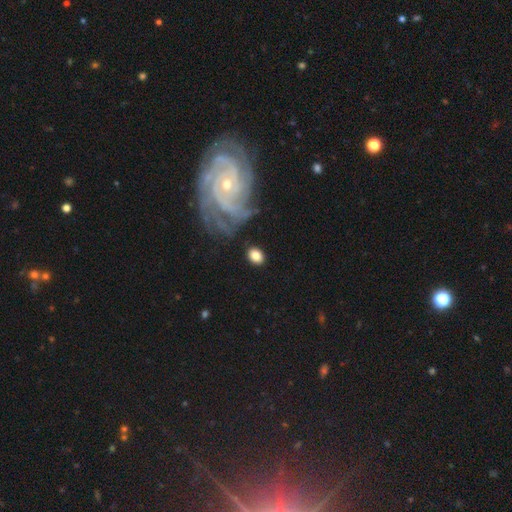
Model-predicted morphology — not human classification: Smooth or featured? smooth (80%)
How rounded? in between (65%)
Merging? none (83%)